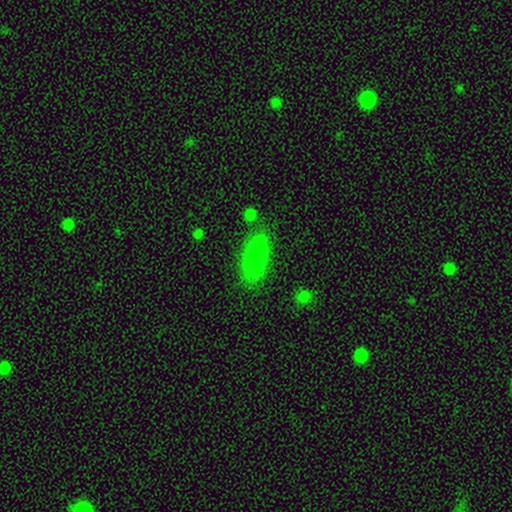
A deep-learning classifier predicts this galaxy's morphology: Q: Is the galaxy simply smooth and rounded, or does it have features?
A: smooth — 82%.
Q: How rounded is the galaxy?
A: in between — 56%.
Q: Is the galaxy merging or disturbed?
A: none — 77%.